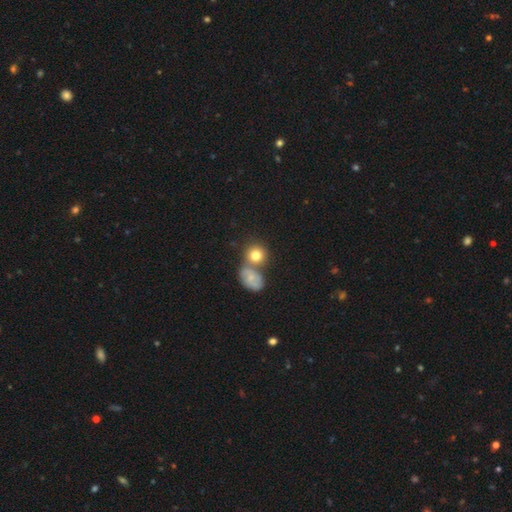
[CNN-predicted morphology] Smooth or featured: smooth — 77% (featured or disk — 13%)
How rounded: round — 81% (in between — 18%)
Merging: none — 51% (merger — 35%)